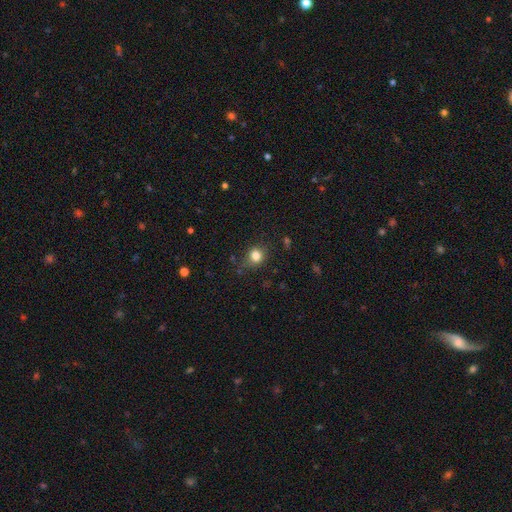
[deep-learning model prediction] Smooth or featured?
  - smooth: 82% *
  - star or artifact: 12%
  - featured or disk: 6%
How rounded?
  - round: 73% *
  - in between: 26%
  - cigar-shaped: 1%
Merging?
  - none: 78% *
  - minor disturbance: 16%
  - major disturbance: 4%
  - merger: 2%